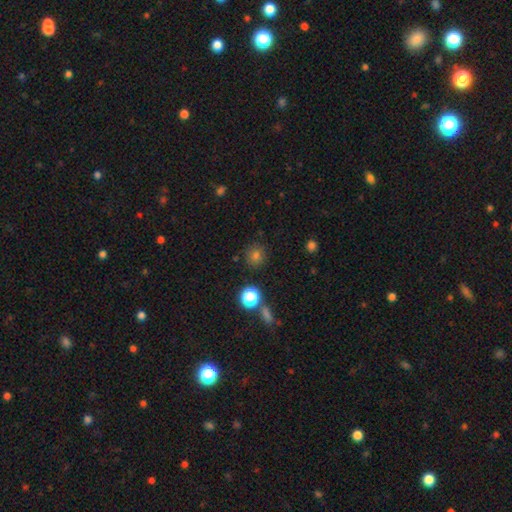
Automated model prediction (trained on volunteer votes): Q: Smooth or featured?
A: smooth (75%); runner-up: star or artifact (19%)
Q: How rounded?
A: round (91%); runner-up: in between (8%)
Q: Merging?
A: none (85%); runner-up: minor disturbance (8%)